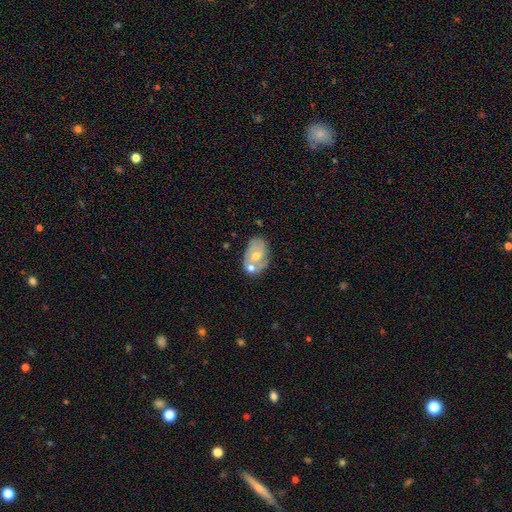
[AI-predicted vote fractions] This is likely a featured or disk galaxy (61%). It is clearly not viewed edge-on (96%). Bar: likely no (69%). Spiral arm pattern: likely yes (63%). Central bulge: possibly moderate (53%). Merging: possibly none (50%).